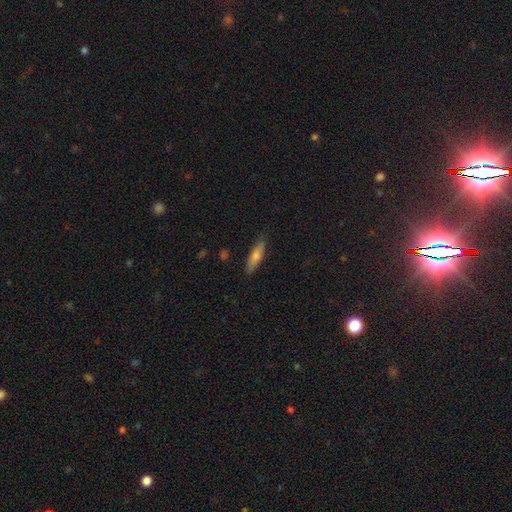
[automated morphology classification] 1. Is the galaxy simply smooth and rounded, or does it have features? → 59% smooth, 34% featured or disk, 7% star or artifact.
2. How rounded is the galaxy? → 73% cigar-shaped, 25% in between, 2% round.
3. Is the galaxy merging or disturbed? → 86% none, 11% minor disturbance, 2% major disturbance, 1% merger.